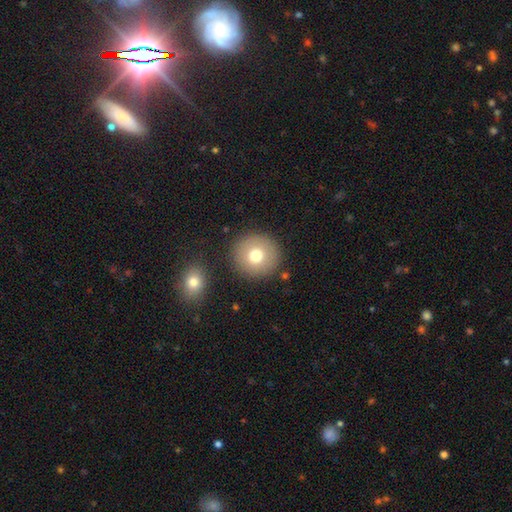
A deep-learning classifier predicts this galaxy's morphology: Smooth or featured?
  - smooth: 74% *
  - featured or disk: 16%
  - star or artifact: 11%
How rounded?
  - round: 94% *
  - in between: 5%
  - cigar-shaped: 1%
Merging?
  - none: 87% *
  - minor disturbance: 7%
  - merger: 3%
  - major disturbance: 3%